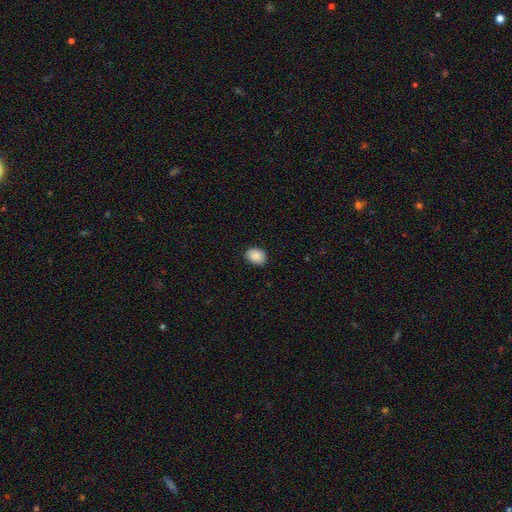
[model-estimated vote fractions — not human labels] smooth 88%, star or artifact 8%, featured or disk 4%. Down the decision tree: how rounded — in between (70%); merging — none (87%).